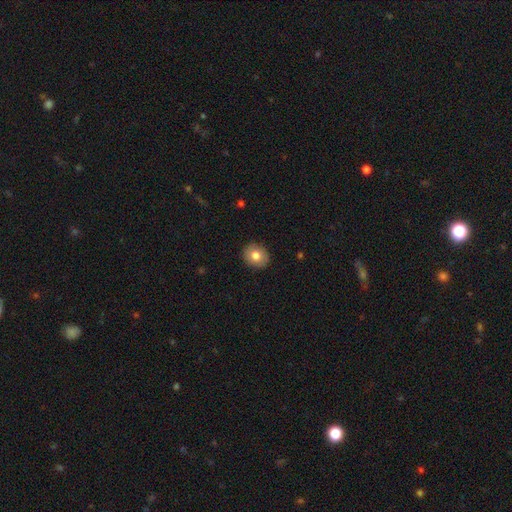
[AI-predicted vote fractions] Smooth or featured? smooth (80%)
How rounded? round (73%)
Merging? none (91%)